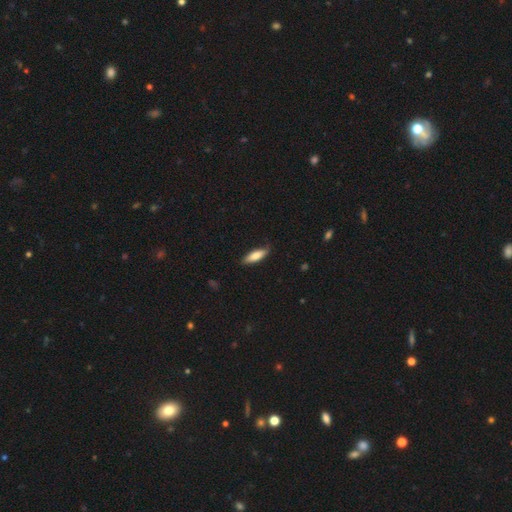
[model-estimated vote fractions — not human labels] This is likely a smooth galaxy (78%). How rounded: possibly in between (50%). Merging: likely none (78%).